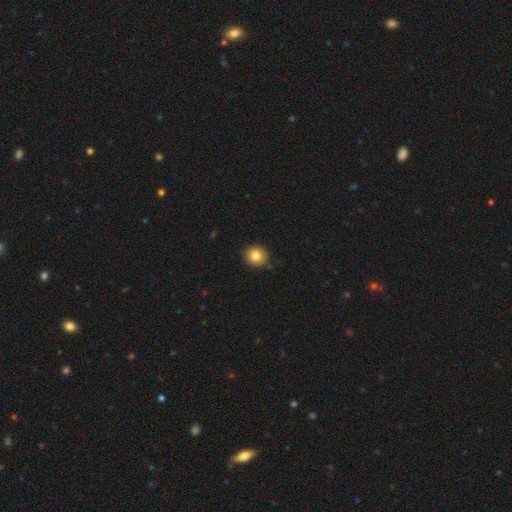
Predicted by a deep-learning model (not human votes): This appears to be a smooth galaxy with no disk features (82%) that is round (82%). Merging: none (88%).